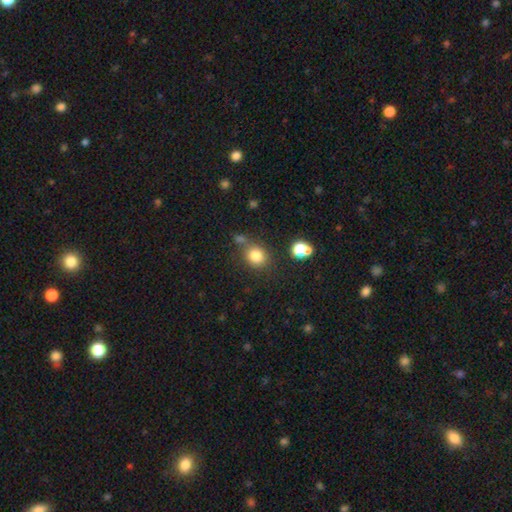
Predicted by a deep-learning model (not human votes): This appears to be a smooth galaxy with no disk features (81%) that is round (79%). Merging: none (70%).